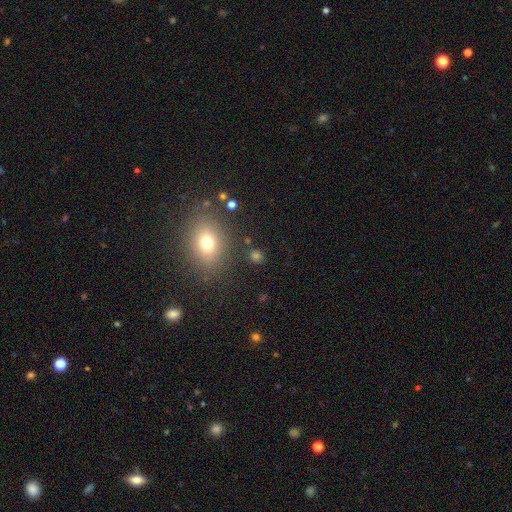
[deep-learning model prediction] Morphology: type=smooth (68%); roundness=round (63%); merging=none (83%).